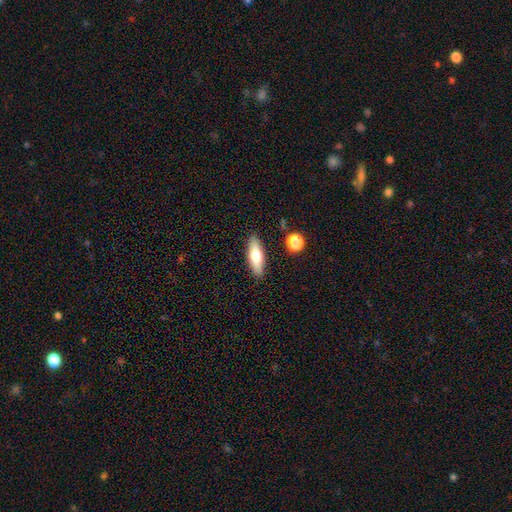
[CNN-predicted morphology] Q: Smooth or featured?
A: smooth (64%); runner-up: featured or disk (30%)
Q: How rounded?
A: in between (54%); runner-up: cigar-shaped (43%)
Q: Merging?
A: none (88%); runner-up: minor disturbance (8%)